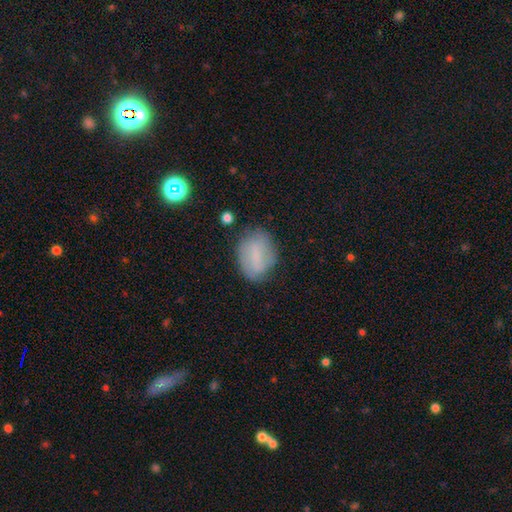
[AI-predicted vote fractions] Q: Smooth or featured?
A: smooth (64%); runner-up: featured or disk (27%)
Q: How rounded?
A: in between (74%); runner-up: round (24%)
Q: Merging?
A: none (71%); runner-up: minor disturbance (21%)